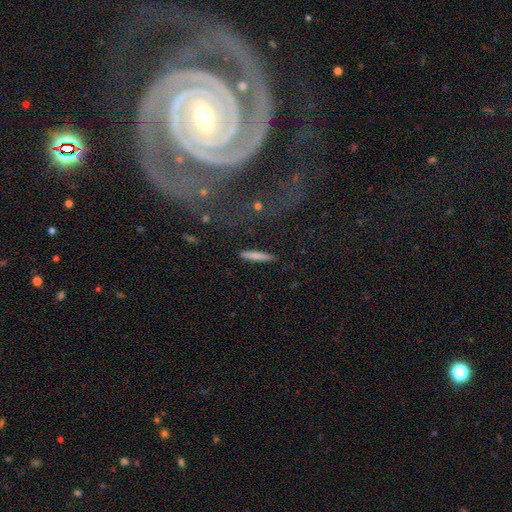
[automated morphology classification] smooth-or-featured: smooth: 76% | featured or disk: 17% | star or artifact: 7%
  how-rounded: cigar-shaped: 94% | in between: 5% | round: 1%
  merging: none: 87% | minor disturbance: 9% | major disturbance: 2% | merger: 2%